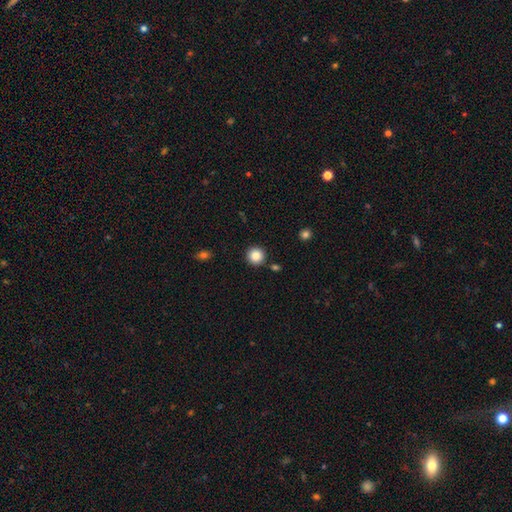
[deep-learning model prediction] Q: Smooth or featured?
A: smooth (86%); runner-up: star or artifact (10%)
Q: How rounded?
A: round (95%); runner-up: in between (4%)
Q: Merging?
A: none (89%); runner-up: minor disturbance (6%)